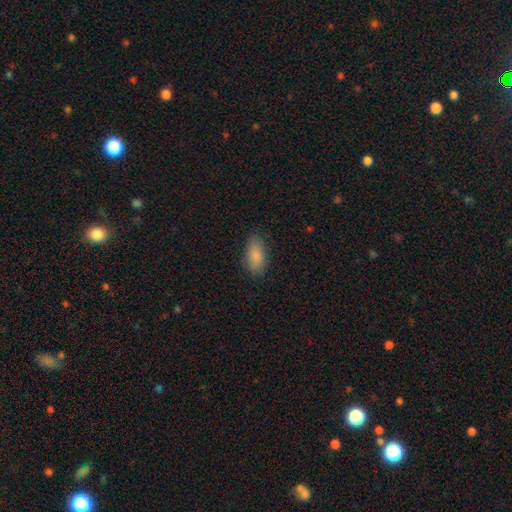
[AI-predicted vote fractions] A smooth galaxy with no disk features (85%) that is in between round and cigar-shaped (90%). Merging: none (82%).